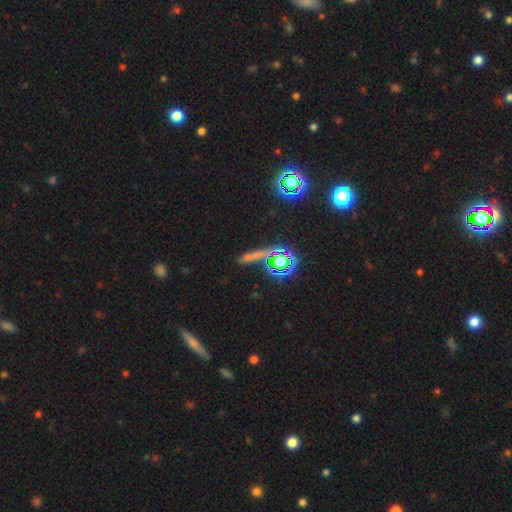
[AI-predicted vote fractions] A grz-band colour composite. It shows a star or artifact, not a galaxy (55%).